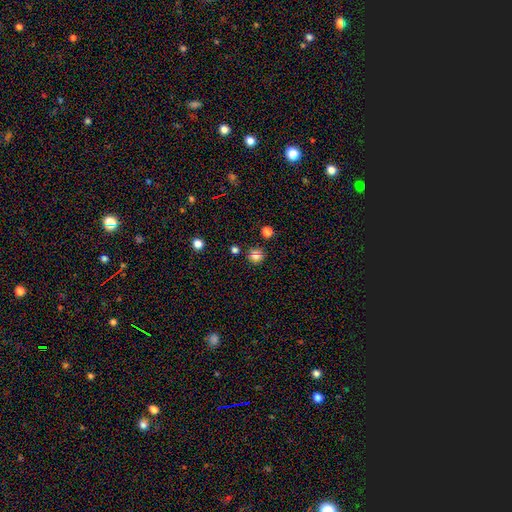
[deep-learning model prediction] Overall: smooth (78%). How rounded: round (91%). Merging: none (81%).